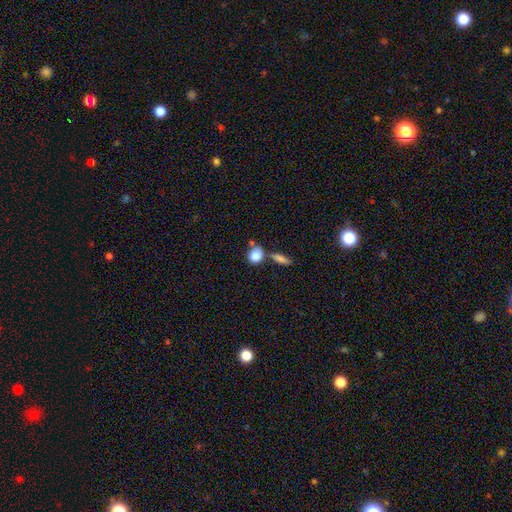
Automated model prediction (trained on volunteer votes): smooth_or_featured: smooth (p=0.85) [alt: star or artifact p=0.08]
how_rounded: round (p=0.65) [alt: in between p=0.32]
merging: none (p=0.51) [alt: merger p=0.30]